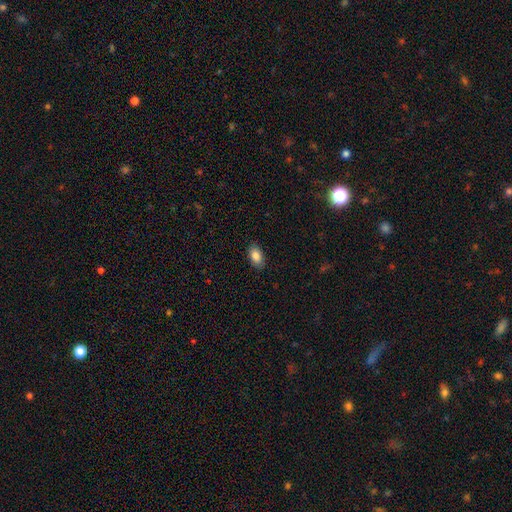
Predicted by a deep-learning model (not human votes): smooth_or_featured: smooth (p=0.86) [alt: star or artifact p=0.07]
how_rounded: in between (p=0.92) [alt: round p=0.06]
merging: none (p=0.85) [alt: minor disturbance p=0.11]